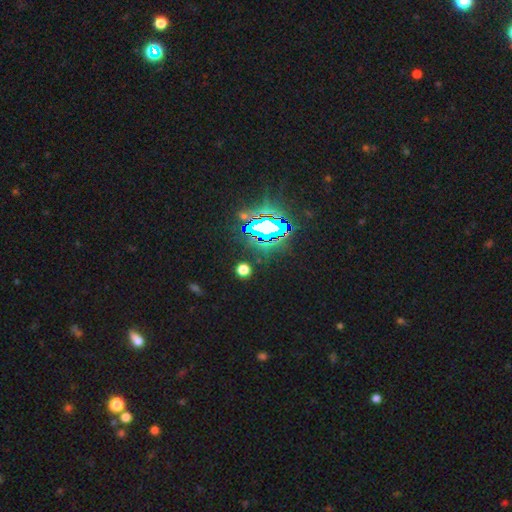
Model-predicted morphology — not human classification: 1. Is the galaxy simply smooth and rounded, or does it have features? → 84% star or artifact, 9% smooth, 6% featured or disk.